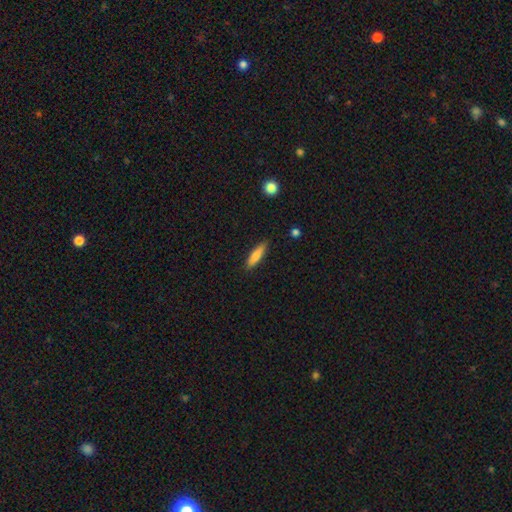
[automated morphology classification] Smooth or featured: smooth — 78% (featured or disk — 15%)
How rounded: cigar-shaped — 73% (in between — 25%)
Merging: none — 85% (minor disturbance — 12%)